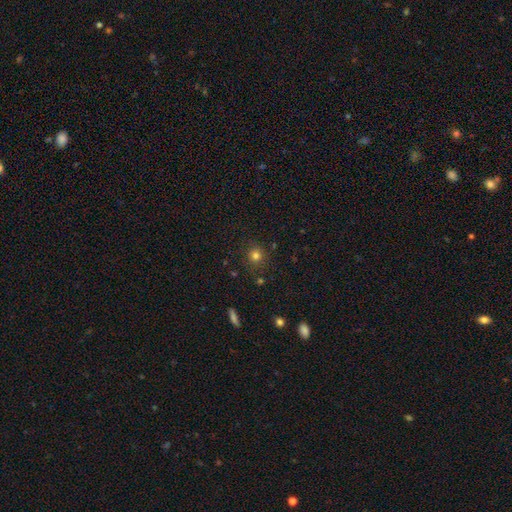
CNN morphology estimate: A smooth galaxy with no disk features (78%) that is round (91%).

Vote fractions:
- Smooth or featured? smooth: 78% / star or artifact: 16% / featured or disk: 6%
- How rounded? round: 91% / in between: 8% / cigar-shaped: 1%
- Merging? none: 86% / minor disturbance: 9% / major disturbance: 3% / merger: 2%